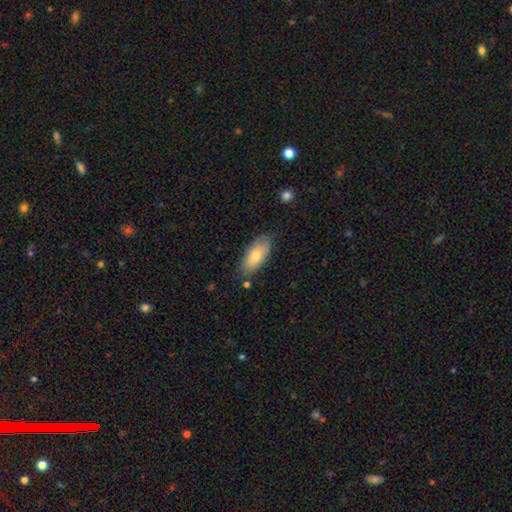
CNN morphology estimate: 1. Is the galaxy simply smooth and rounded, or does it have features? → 75% smooth, 19% featured or disk, 6% star or artifact.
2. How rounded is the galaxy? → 86% in between, 11% cigar-shaped, 3% round.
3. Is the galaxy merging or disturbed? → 79% none, 15% minor disturbance, 3% major disturbance, 3% merger.